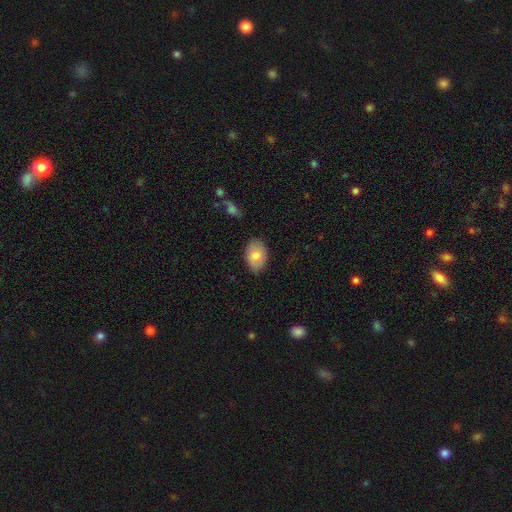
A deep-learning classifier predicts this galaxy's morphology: A smooth galaxy with no disk features (80%) that is in between round and cigar-shaped (85%). Merging: none (83%).